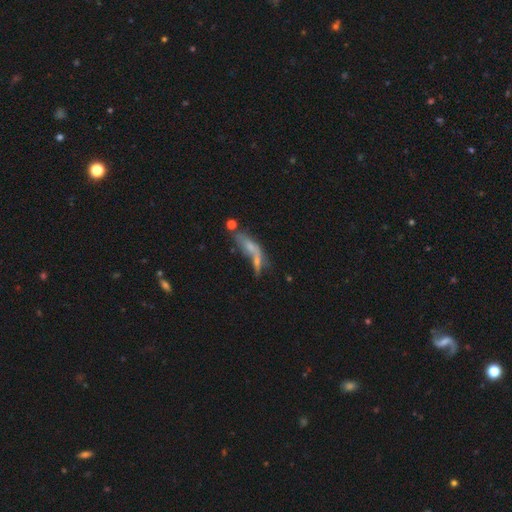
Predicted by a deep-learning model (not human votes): Morphology: type=smooth (44%); merging=merger (36%).